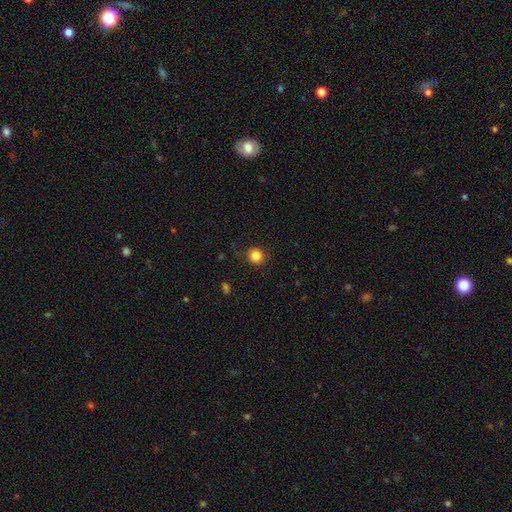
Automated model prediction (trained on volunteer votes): Smooth or featured? Predicted: smooth (p=0.85). How rounded? Predicted: round (p=0.91). Merging? Predicted: none (p=0.86).